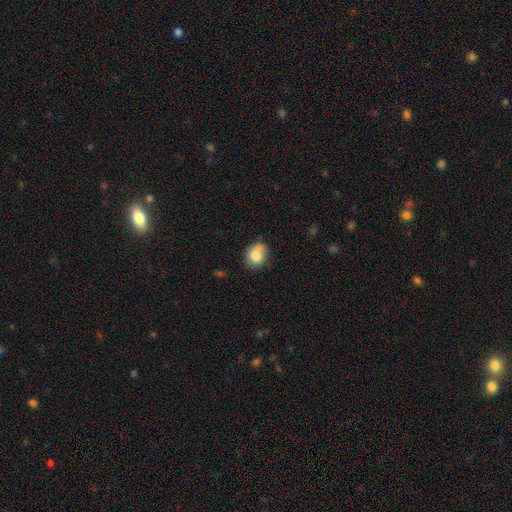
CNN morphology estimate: Smooth or featured?
  - smooth: 78% *
  - featured or disk: 13%
  - star or artifact: 9%
How rounded?
  - round: 64% *
  - in between: 35%
  - cigar-shaped: 1%
Merging?
  - none: 61% *
  - minor disturbance: 26%
  - major disturbance: 7%
  - merger: 6%